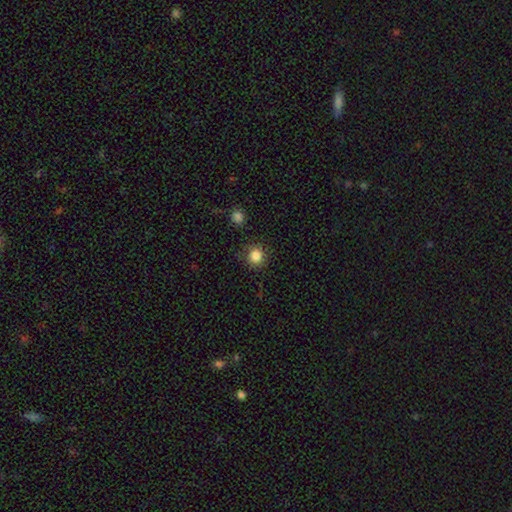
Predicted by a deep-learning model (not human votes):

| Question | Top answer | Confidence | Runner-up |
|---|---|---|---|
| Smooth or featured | smooth | 85% | star or artifact (11%) |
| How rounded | round | 91% | in between (8%) |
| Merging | none | 85% | minor disturbance (9%) |